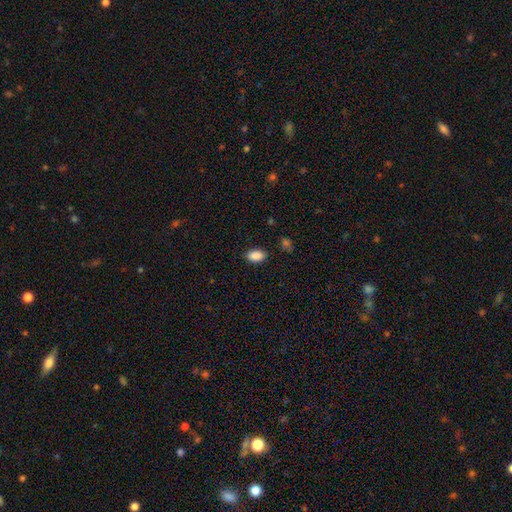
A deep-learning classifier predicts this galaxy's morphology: A smooth galaxy with no disk features (89%) that is in between round and cigar-shaped (92%). Merging: none (86%).